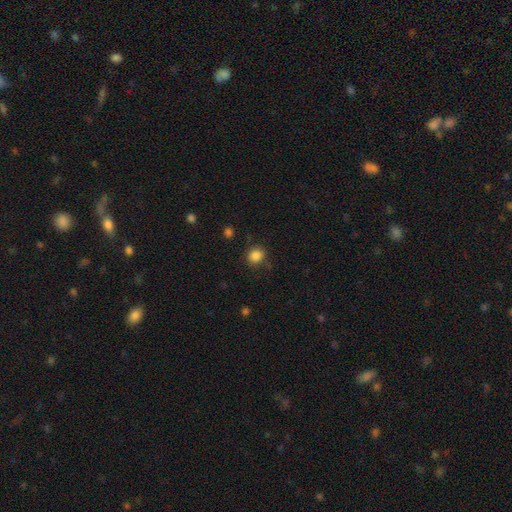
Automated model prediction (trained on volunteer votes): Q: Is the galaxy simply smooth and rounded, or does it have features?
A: smooth — 85%.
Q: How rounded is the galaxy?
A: round — 79%.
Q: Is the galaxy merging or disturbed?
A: none — 82%.